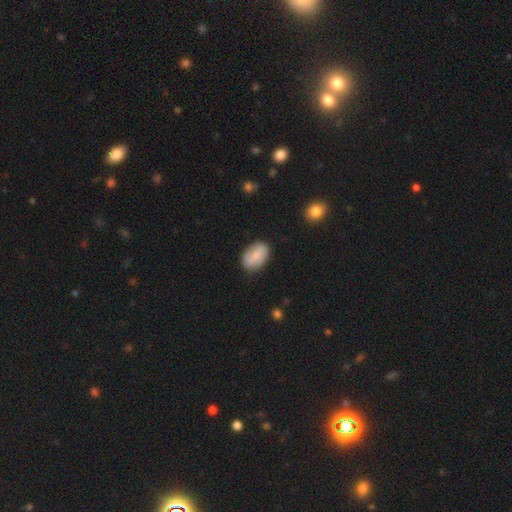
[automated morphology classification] Smooth or featured: smooth — 67% (featured or disk — 26%)
How rounded: in between — 86% (round — 12%)
Merging: none — 80% (minor disturbance — 15%)